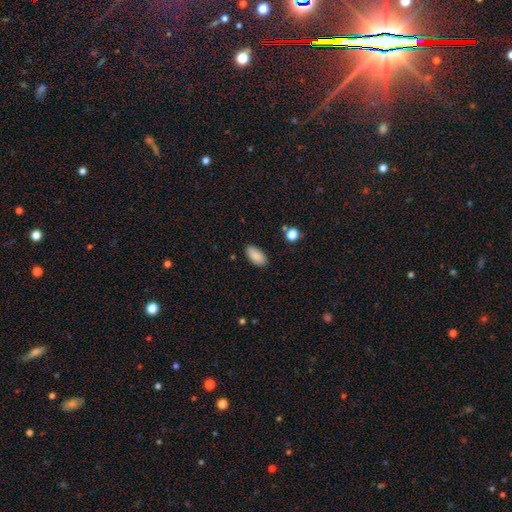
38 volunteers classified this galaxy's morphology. Smooth or featured? smooth (95%)
How rounded? in between (89%)
Merging? none (100%)